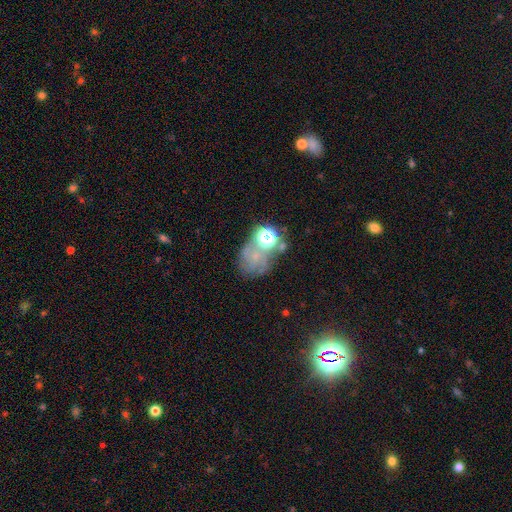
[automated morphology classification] Overall: featured or disk (37%; star or artifact 33%). Merging: none (47%; major disturbance 19%).